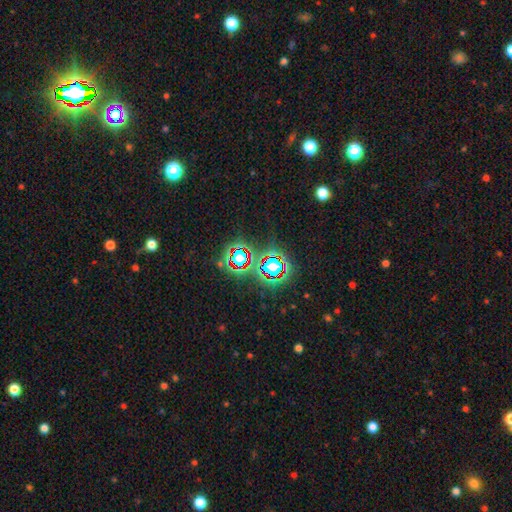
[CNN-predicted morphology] Smooth or featured? star or artifact (78%)